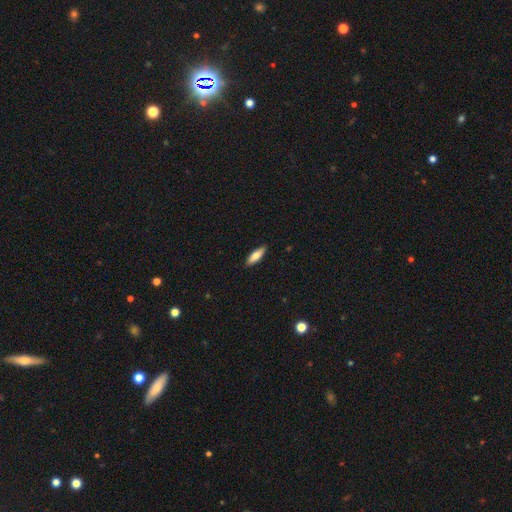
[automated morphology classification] A smooth galaxy with no disk features (77%) that is in between round and cigar-shaped (50%). Merging: none (90%).